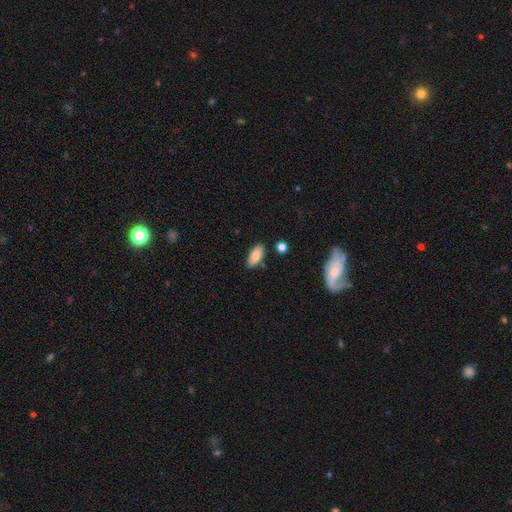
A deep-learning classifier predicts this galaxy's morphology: This is clearly a smooth galaxy (85%). How rounded: clearly in between (87%). Merging: clearly none (82%).